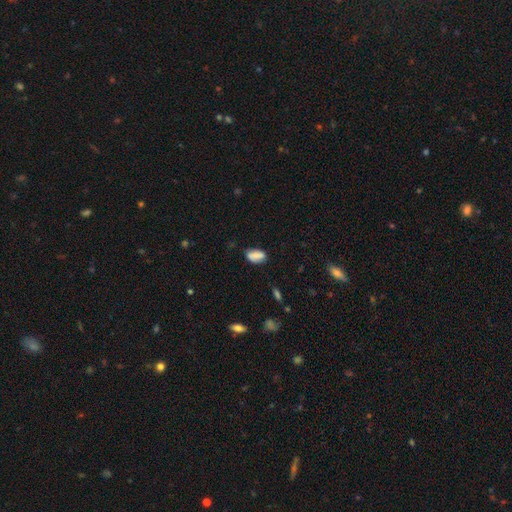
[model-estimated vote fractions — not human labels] This appears to be a smooth galaxy with no disk features (81%) that is in between round and cigar-shaped (90%). Merging: none (71%).